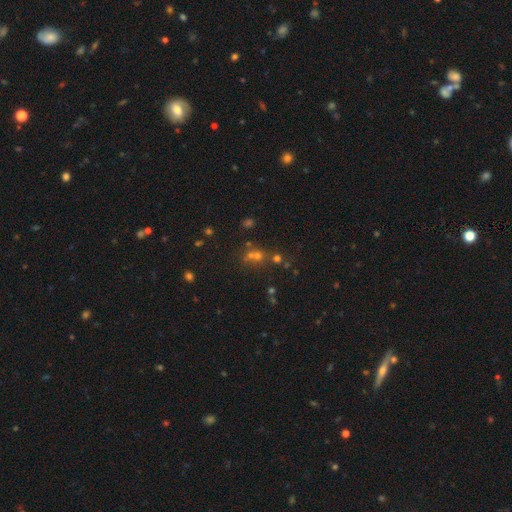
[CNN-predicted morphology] A smooth galaxy with no disk features (45%).

Vote fractions:
- Smooth or featured? smooth: 45% / star or artifact: 41% / featured or disk: 15%
- Merging? none: 49% / merger: 37% / minor disturbance: 9% / major disturbance: 6%